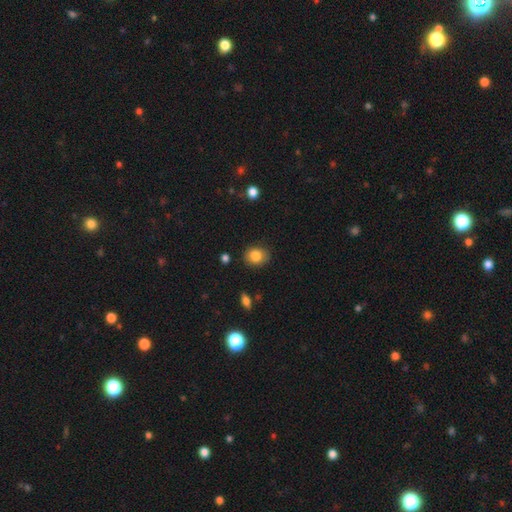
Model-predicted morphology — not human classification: This is clearly a smooth galaxy (84%). How rounded: possibly round (57%). Merging: clearly none (83%).